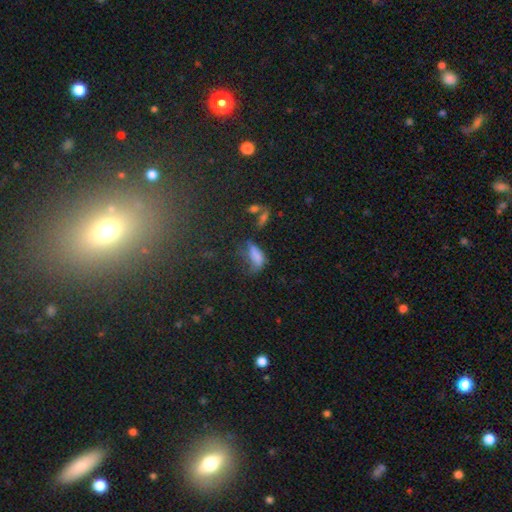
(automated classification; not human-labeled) smooth_or_featured: smooth (p=0.70) [alt: featured or disk p=0.15]
how_rounded: in between (p=0.78) [alt: cigar-shaped p=0.18]
merging: major disturbance (p=0.36) [alt: minor disturbance p=0.28]